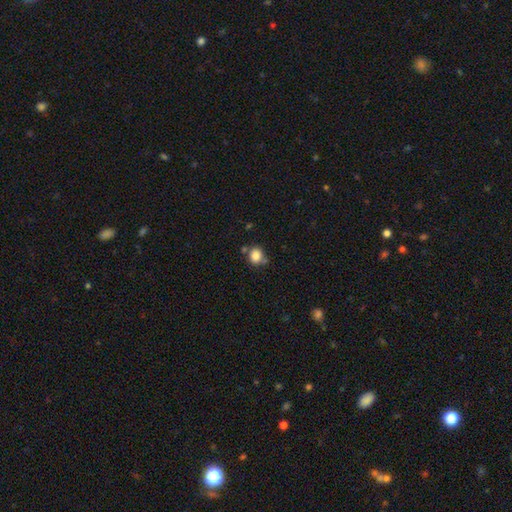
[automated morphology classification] This appears to be a smooth galaxy with no disk features (84%) that is round (80%). Merging: none (67%).